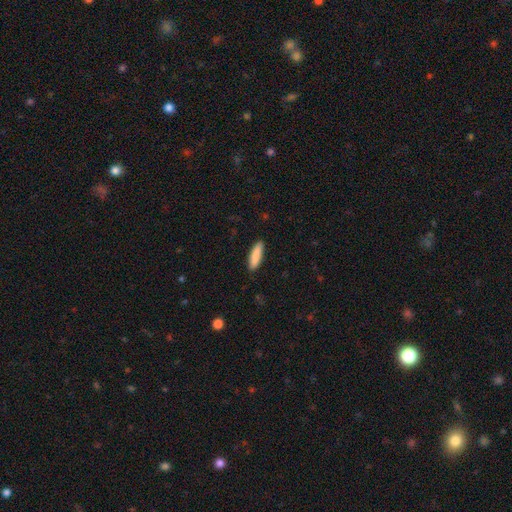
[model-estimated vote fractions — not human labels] A smooth galaxy with no disk features (88%) that is cigar-shaped (66%).

Vote fractions:
- Smooth or featured? smooth: 88% / featured or disk: 6% / star or artifact: 6%
- How rounded? cigar-shaped: 66% / in between: 33% / round: 1%
- Merging? none: 88% / minor disturbance: 9% / major disturbance: 2% / merger: 1%